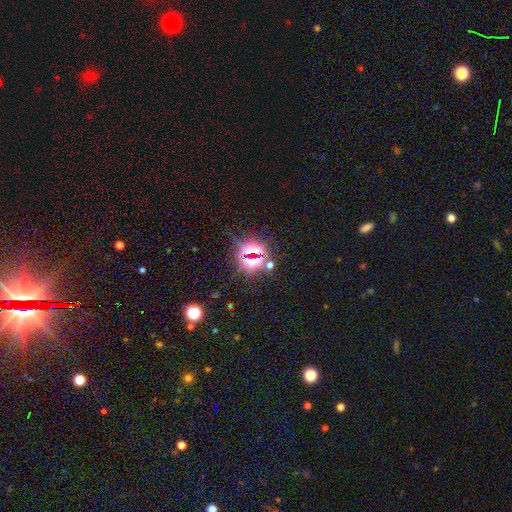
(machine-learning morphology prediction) smooth_or_featured: star or artifact (p=0.74) [alt: smooth p=0.17]